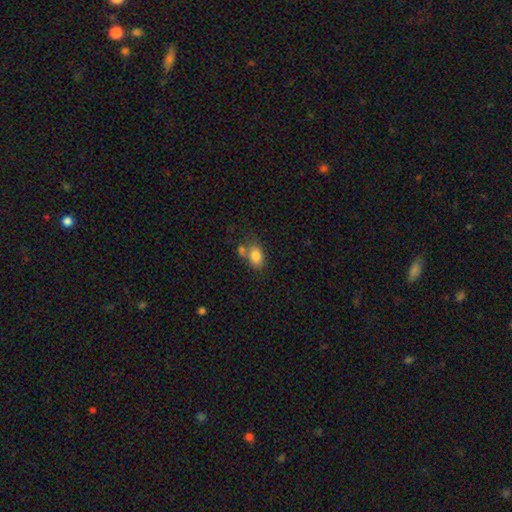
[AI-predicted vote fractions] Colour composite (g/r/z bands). It shows a smooth galaxy with no disk features (81%) that is in between round and cigar-shaped (82%). Merging: none (47%).